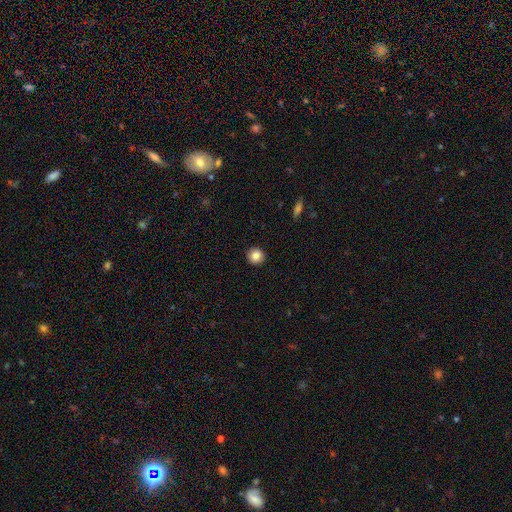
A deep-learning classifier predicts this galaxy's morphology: The model was most divided on "smooth or featured": smooth: 85%, star or artifact: 9%, featured or disk: 6%. More confident: how rounded — round (94%); merging — none (92%).